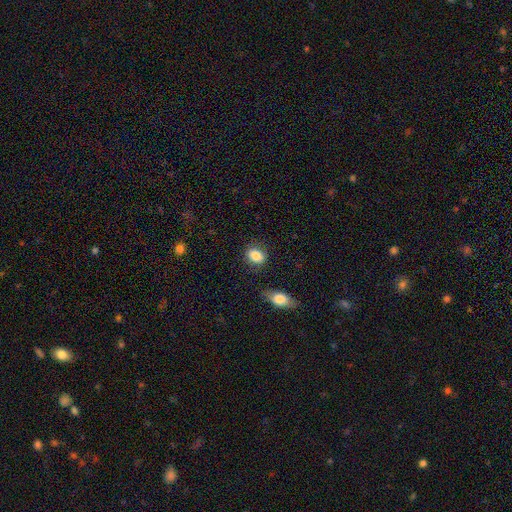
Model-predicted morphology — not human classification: Smooth or featured? Predicted: smooth (p=0.86). How rounded? Predicted: in between (p=0.58). Merging? Predicted: none (p=0.79).